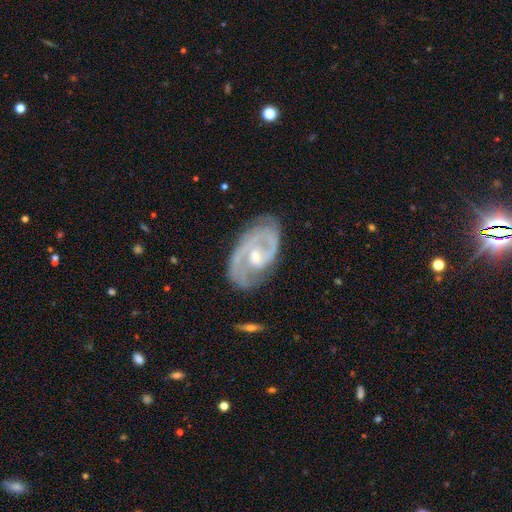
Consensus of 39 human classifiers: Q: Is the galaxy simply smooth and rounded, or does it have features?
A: featured or disk — 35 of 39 (90%).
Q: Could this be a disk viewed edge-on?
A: no — 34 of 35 (97%).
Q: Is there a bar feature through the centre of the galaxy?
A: no — 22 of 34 (65%).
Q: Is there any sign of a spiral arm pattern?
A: yes — 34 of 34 (100%).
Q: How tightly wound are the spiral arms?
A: tight — 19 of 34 (56%).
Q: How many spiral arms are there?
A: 1 — 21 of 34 (62%).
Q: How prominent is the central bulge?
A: moderate — 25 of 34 (74%).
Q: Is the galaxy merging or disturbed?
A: none — 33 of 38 (87%).